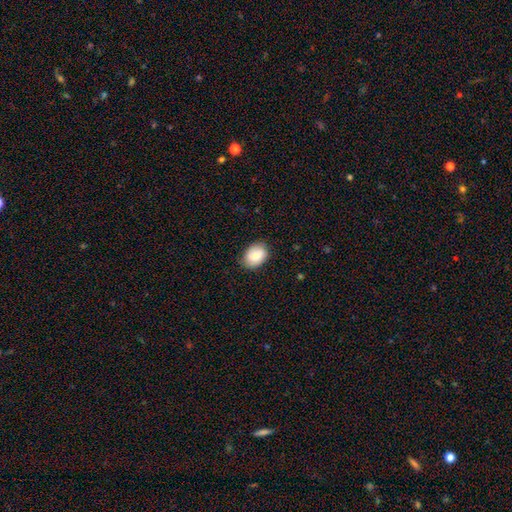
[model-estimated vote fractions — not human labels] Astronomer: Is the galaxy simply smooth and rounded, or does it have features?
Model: smooth — 83%.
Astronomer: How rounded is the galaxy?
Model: in between — 75%.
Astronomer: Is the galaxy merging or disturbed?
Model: none — 82%.